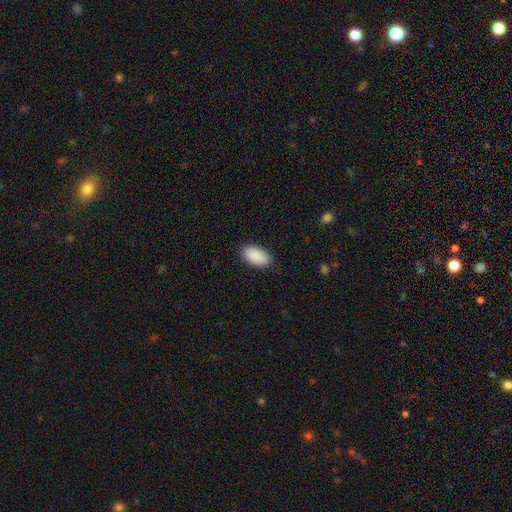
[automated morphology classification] smooth-or-featured: smooth: 91% | star or artifact: 6% | featured or disk: 3%
  how-rounded: in between: 95% | round: 3% | cigar-shaped: 2%
  merging: none: 87% | minor disturbance: 10% | major disturbance: 2% | merger: 1%